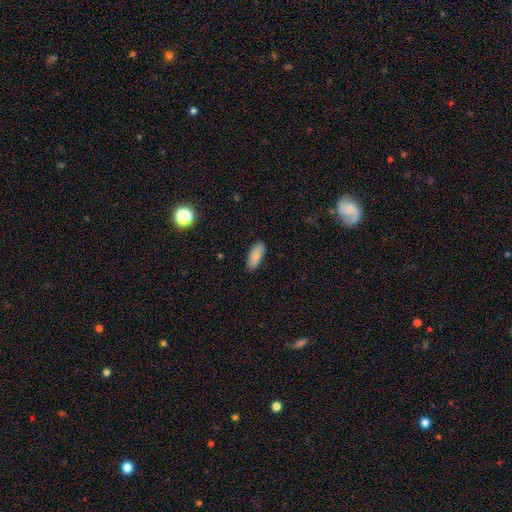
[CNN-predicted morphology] smooth-or-featured: smooth: 87% | star or artifact: 7% | featured or disk: 7%
  how-rounded: in between: 79% | cigar-shaped: 19% | round: 2%
  merging: none: 88% | minor disturbance: 9% | major disturbance: 2% | merger: 1%